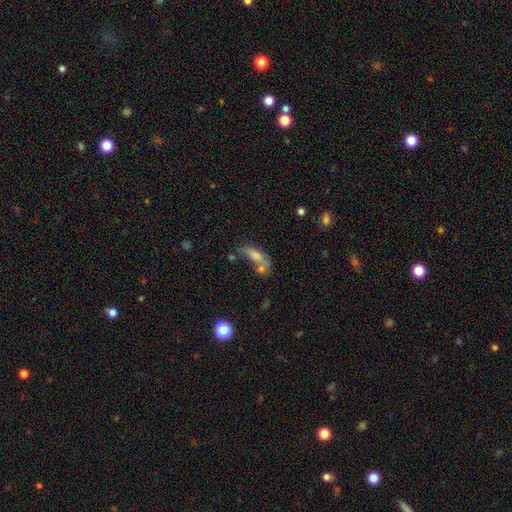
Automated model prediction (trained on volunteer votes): Morphology: type=smooth (61%); roundness=in between (59%); merging=merger (41%).